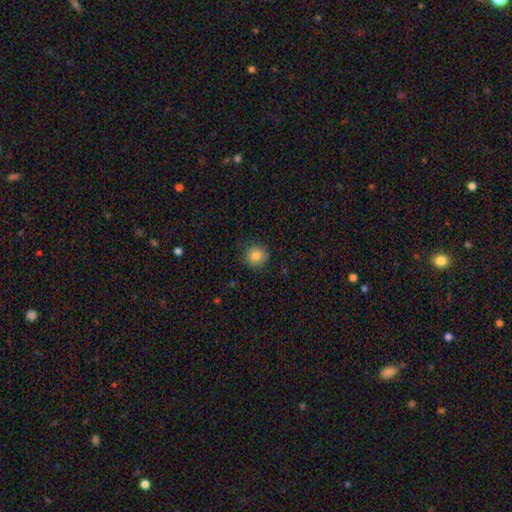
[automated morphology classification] The model was most divided on "smooth or featured": smooth: 82%, star or artifact: 10%, featured or disk: 8%. More confident: how rounded — round (92%); merging — none (85%).